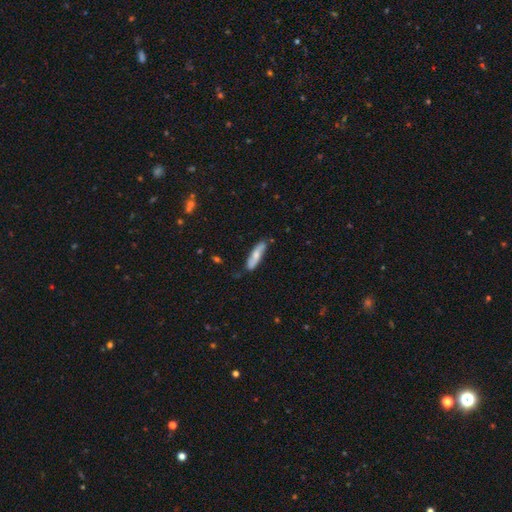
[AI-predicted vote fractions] Morphology: type=smooth (59%); roundness=cigar-shaped (68%); merging=none (79%).